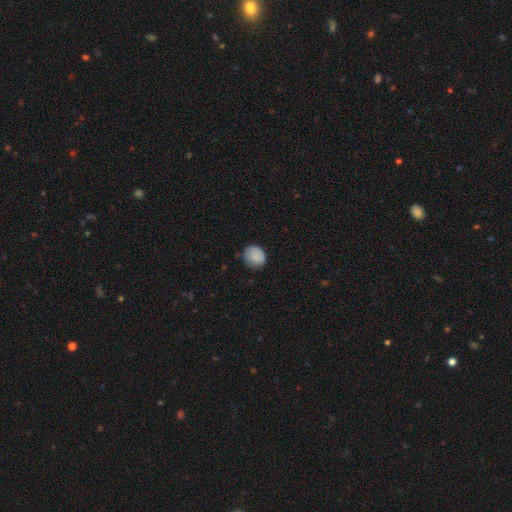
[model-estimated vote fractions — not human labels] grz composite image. It shows a smooth galaxy with no disk features (84%) that is round (75%). Merging: none (78%).